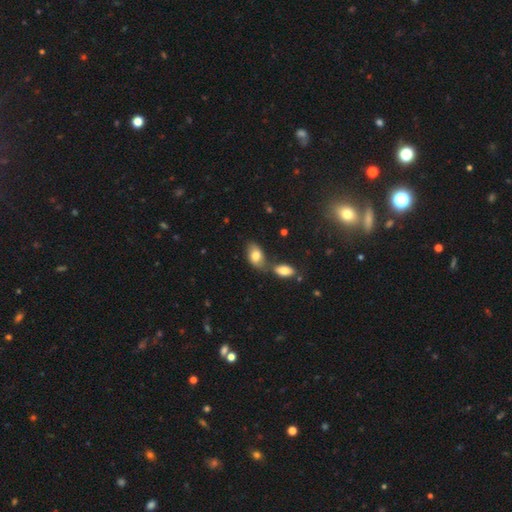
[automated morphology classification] smooth-or-featured: smooth: 77% | featured or disk: 15% | star or artifact: 8%
  how-rounded: in between: 92% | round: 6% | cigar-shaped: 2%
  merging: none: 46% | merger: 34% | minor disturbance: 15% | major disturbance: 5%